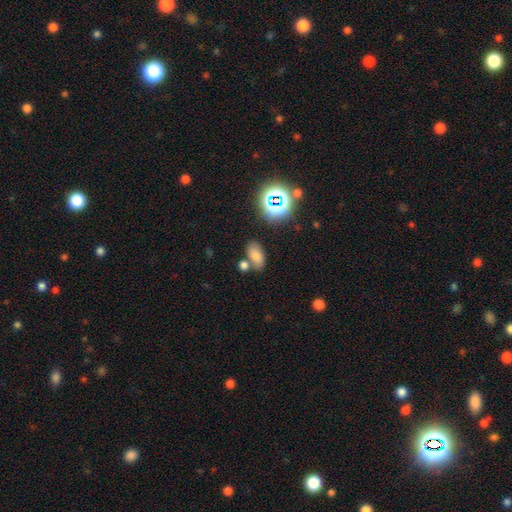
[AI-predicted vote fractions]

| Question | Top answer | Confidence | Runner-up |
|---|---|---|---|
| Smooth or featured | smooth | 71% | star or artifact (18%) |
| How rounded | in between | 89% | round (8%) |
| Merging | none | 59% | merger (20%) |